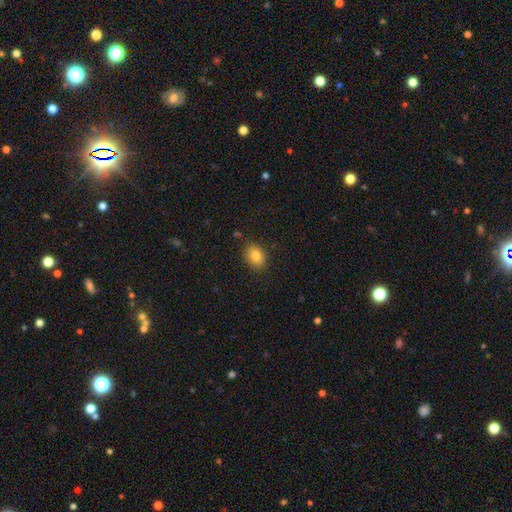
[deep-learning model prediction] A smooth galaxy with no disk features (82%) that is in between round and cigar-shaped (64%). Merging: none (84%).